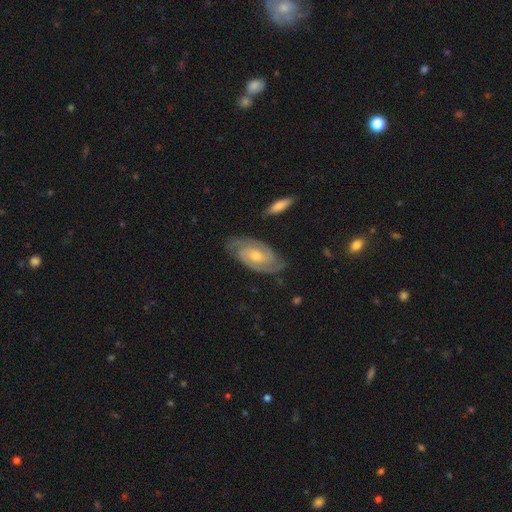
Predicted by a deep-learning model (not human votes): Overall: featured or disk (88%). Edge-on disk: no (96%). Bar: no (59%; weak 33%). Spiral arms: yes (98%). Spiral arm count: 2 (84%). Spiral winding: tight (63%; medium 32%). Bulge size: moderate (53%; small 41%). Merging: none (81%).